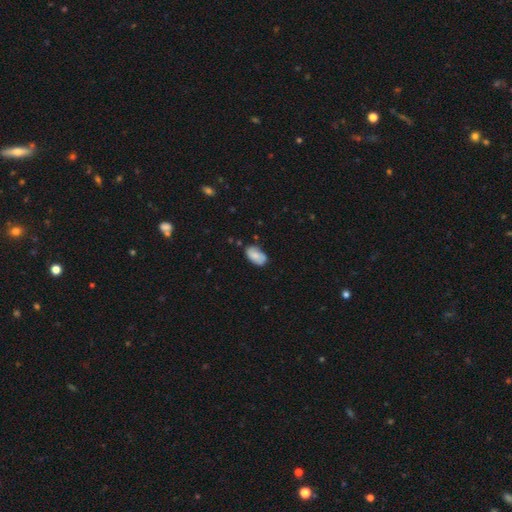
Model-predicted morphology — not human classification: smooth-or-featured: smooth: 73% | featured or disk: 20% | star or artifact: 7%
  how-rounded: in between: 93% | round: 5% | cigar-shaped: 2%
  merging: none: 71% | minor disturbance: 22% | major disturbance: 4% | merger: 3%